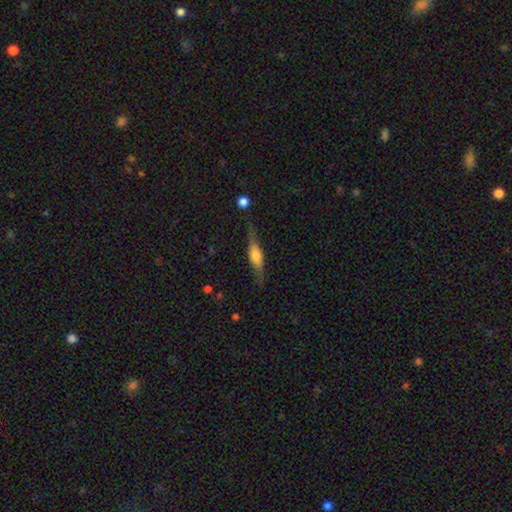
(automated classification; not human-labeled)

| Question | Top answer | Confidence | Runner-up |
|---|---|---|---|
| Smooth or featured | featured or disk | 56% | smooth (38%) |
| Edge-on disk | yes | 88% | no (12%) |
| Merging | none | 74% | minor disturbance (18%) |